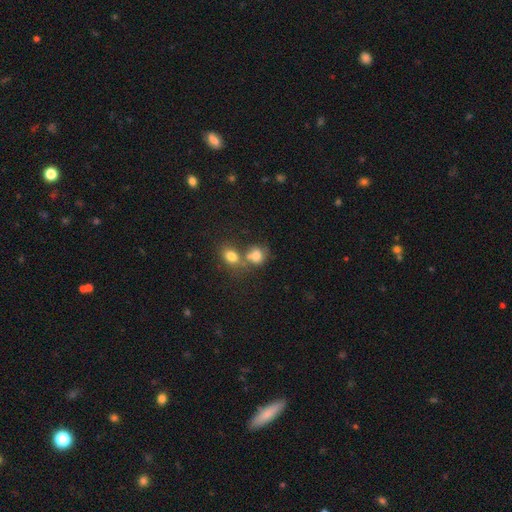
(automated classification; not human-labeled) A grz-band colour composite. It shows a smooth galaxy with no disk features (77%) that is round (63%). Merging: merger (50%).